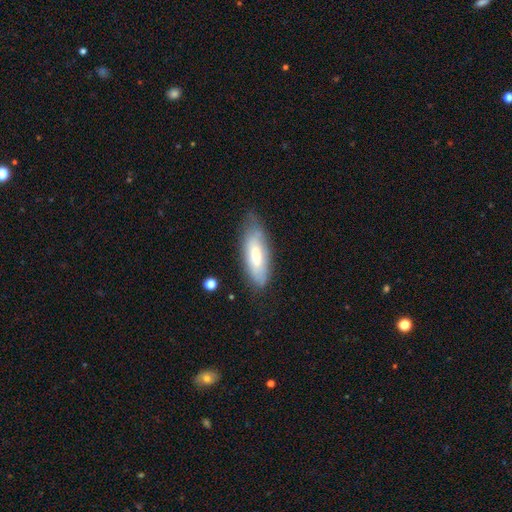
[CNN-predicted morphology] The model was most divided on "how rounded": in between: 60%, cigar-shaped: 38%, round: 2%. More confident: merging — none (66%); smooth or featured — smooth (61%).